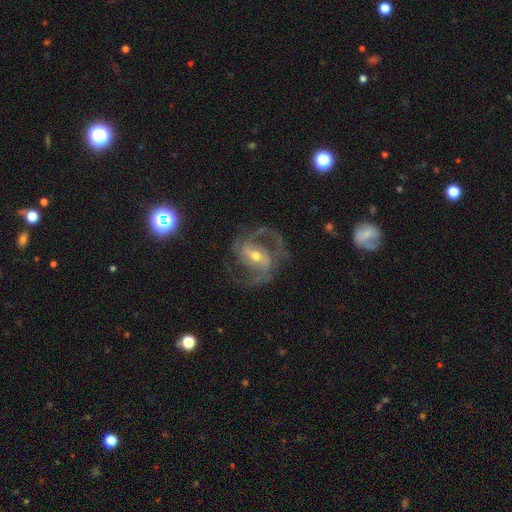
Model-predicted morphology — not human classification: A featured or disk galaxy (89%) with a weak bar (41%), 2 (79%) medium (60%) spiral arms (96%) and a moderate central bulge (49%). Merging: none (71%).